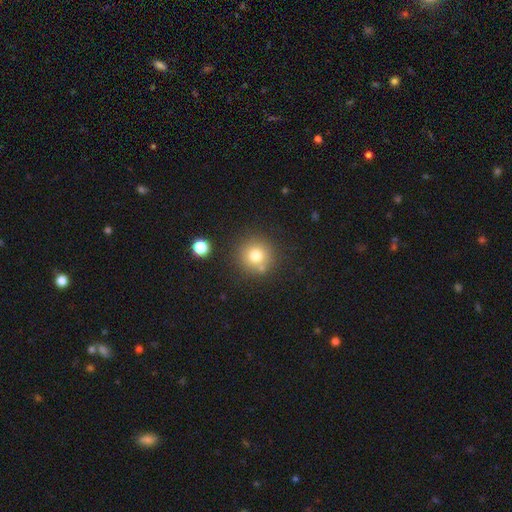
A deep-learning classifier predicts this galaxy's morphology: type=smooth (77%); roundness=round (94%); merging=none (79%).